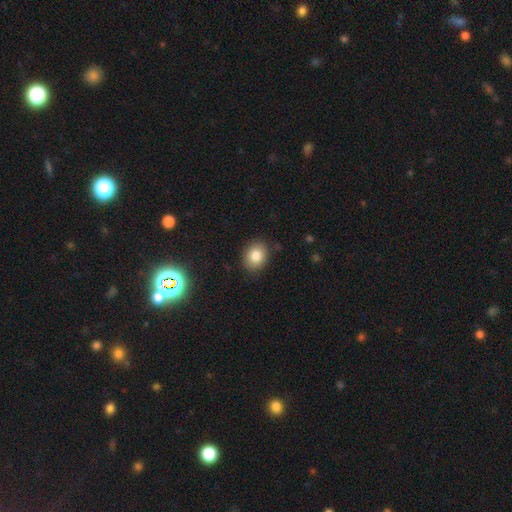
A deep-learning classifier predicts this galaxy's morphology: Smooth or featured? Predicted: smooth (p=0.82). How rounded? Predicted: round (p=0.53). Merging? Predicted: none (p=0.87).